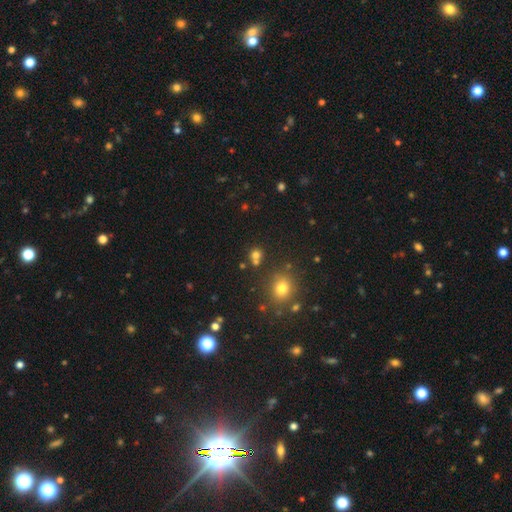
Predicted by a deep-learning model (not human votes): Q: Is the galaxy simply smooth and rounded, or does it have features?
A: smooth — 71%.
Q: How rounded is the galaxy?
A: round — 85%.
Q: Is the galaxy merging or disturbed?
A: none — 65%.